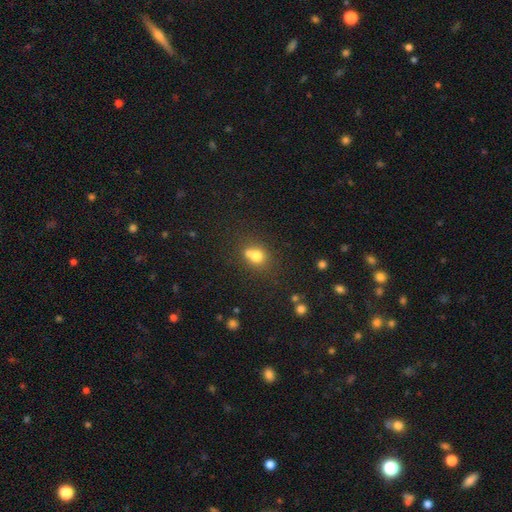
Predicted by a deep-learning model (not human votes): smooth 72%, featured or disk 14%, star or artifact 14%. Down the decision tree: how rounded — round (71%); merging — merger (47%).